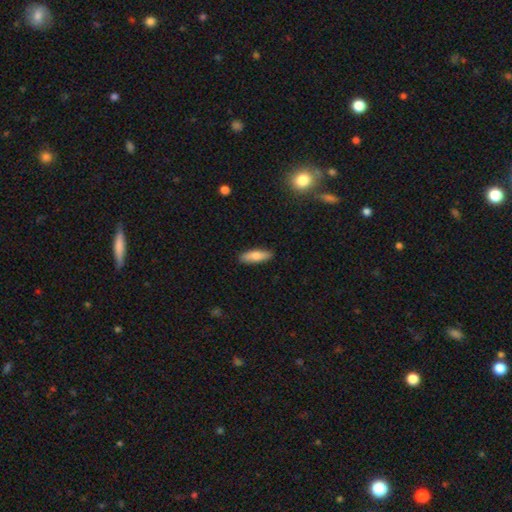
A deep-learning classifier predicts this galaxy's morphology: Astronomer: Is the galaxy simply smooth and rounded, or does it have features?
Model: smooth — 76%.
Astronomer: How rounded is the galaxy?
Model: cigar-shaped — 54% (runner-up: in between, 44%).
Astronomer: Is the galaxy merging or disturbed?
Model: none — 89%.